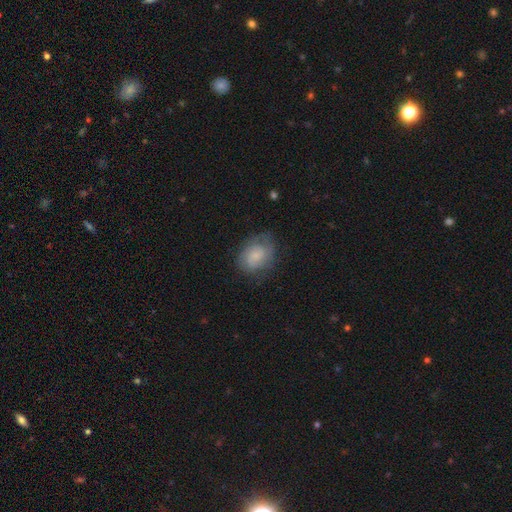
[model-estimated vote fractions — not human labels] The model was most divided on "smooth or featured": smooth: 55%, featured or disk: 37%, star or artifact: 8%. More confident: merging — none (67%); how rounded — in between (62%).